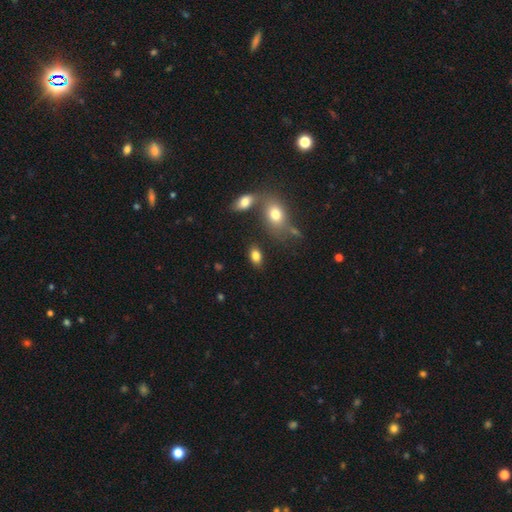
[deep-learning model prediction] Q: Smooth or featured?
A: smooth (82%); runner-up: star or artifact (9%)
Q: How rounded?
A: in between (86%); runner-up: round (12%)
Q: Merging?
A: none (77%); runner-up: minor disturbance (11%)